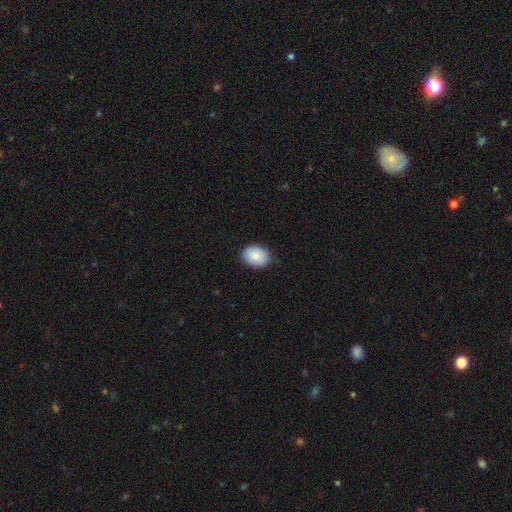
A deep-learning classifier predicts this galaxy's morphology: A smooth galaxy with no disk features (85%) that is in between round and cigar-shaped (69%). Merging: none (88%).